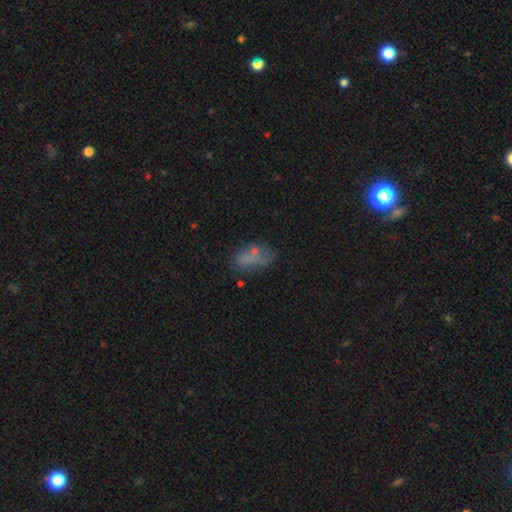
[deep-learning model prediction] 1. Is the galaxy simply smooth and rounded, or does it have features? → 64% smooth, 20% featured or disk, 16% star or artifact.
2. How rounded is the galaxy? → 85% in between, 9% round, 7% cigar-shaped.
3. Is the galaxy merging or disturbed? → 46% none, 25% minor disturbance, 18% major disturbance, 12% merger.